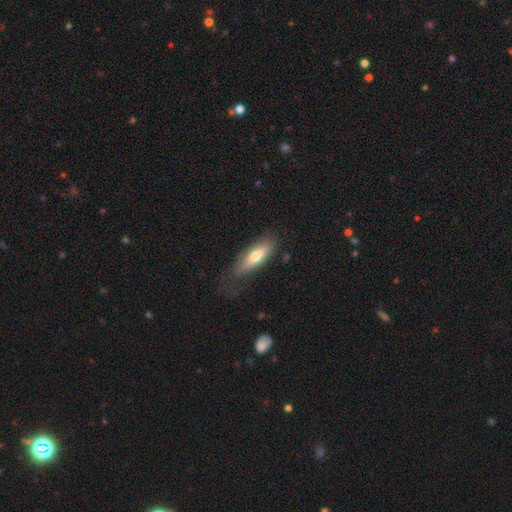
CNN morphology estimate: This appears to be a smooth galaxy with no disk features (65%) that is in between round and cigar-shaped (58%). Merging: none (64%).